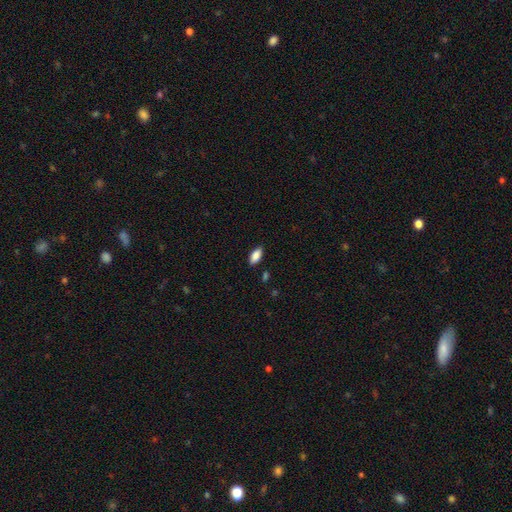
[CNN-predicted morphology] smooth 87%, star or artifact 7%, featured or disk 6%. Down the decision tree: how rounded — in between (90%); merging — none (87%).